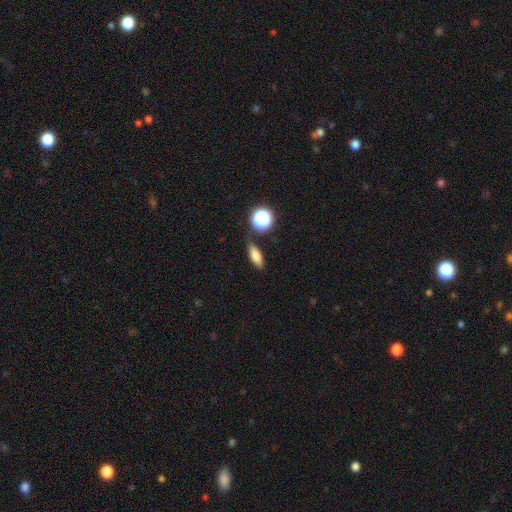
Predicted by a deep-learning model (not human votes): A smooth galaxy with no disk features (76%) that is in between round and cigar-shaped (65%). Merging: none (79%).